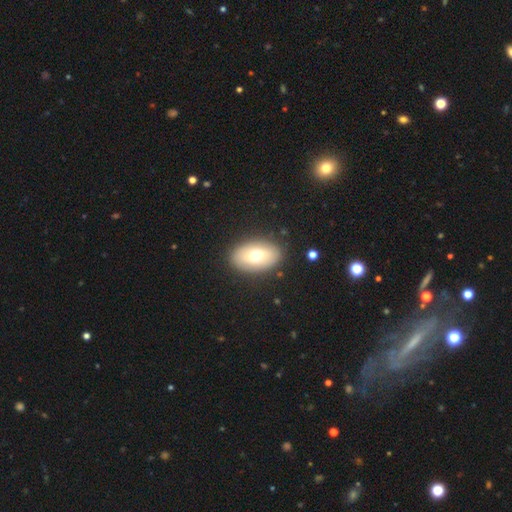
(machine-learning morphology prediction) Smooth or featured: smooth — 67% (featured or disk — 25%)
How rounded: in between — 90% (round — 9%)
Merging: none — 86% (minor disturbance — 9%)